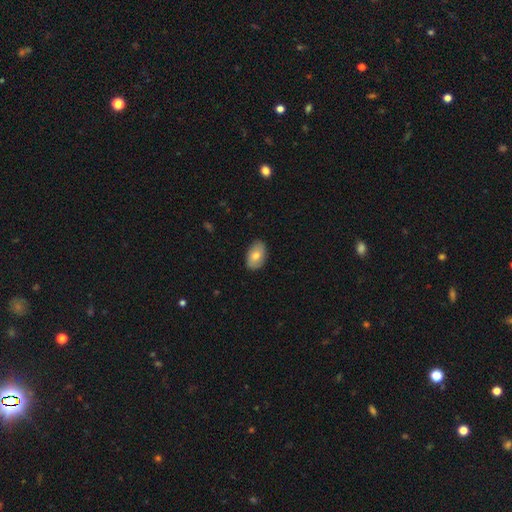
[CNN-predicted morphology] Overall: smooth (75%). How rounded: in between (90%). Merging: none (86%).